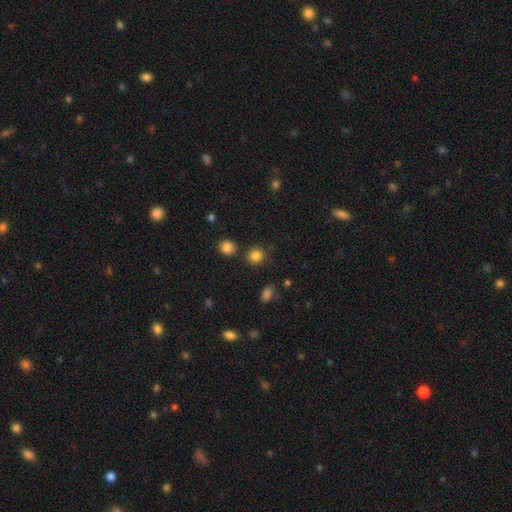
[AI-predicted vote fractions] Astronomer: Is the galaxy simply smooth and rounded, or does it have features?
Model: smooth — 83%.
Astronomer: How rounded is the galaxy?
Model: round — 87%.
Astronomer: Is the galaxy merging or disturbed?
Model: none — 82%.